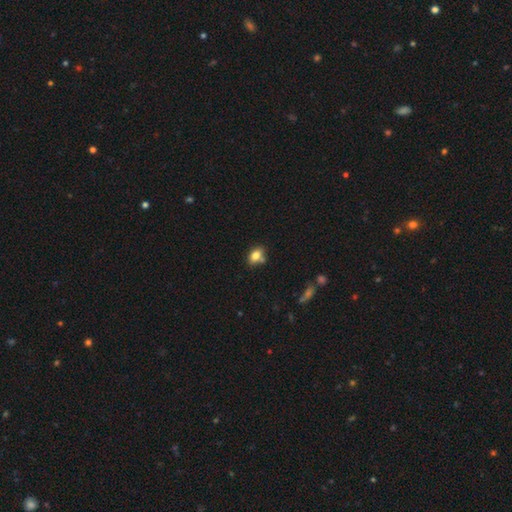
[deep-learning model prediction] smooth 80%, featured or disk 10%, star or artifact 10%. Down the decision tree: how rounded — in between (74%); merging — none (63%).